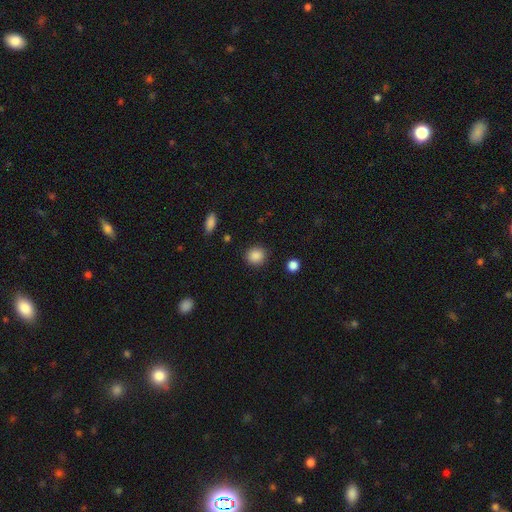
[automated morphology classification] Smooth or featured: smooth — 88% (star or artifact — 9%)
How rounded: round — 86% (in between — 13%)
Merging: none — 90% (minor disturbance — 6%)